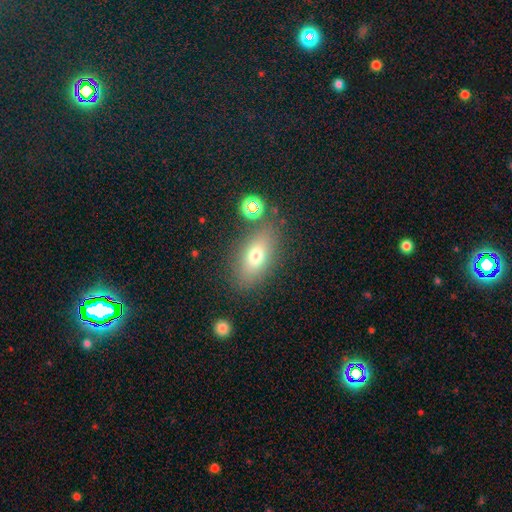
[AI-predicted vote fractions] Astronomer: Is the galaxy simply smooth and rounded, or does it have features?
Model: smooth — 72%.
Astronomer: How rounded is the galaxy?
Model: in between — 82%.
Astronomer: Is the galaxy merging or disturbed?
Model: none — 79%.